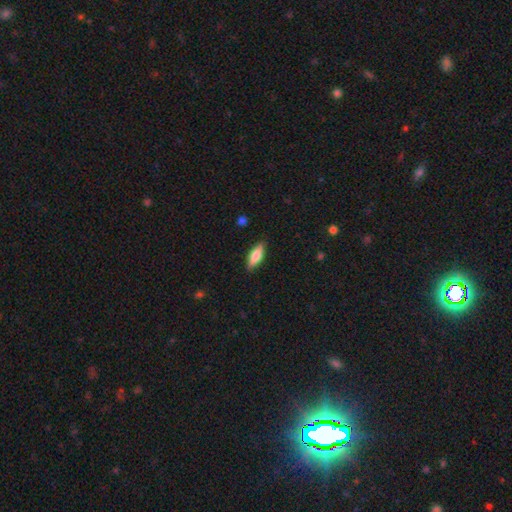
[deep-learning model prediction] A smooth galaxy with no disk features (68%) that is in between round and cigar-shaped (61%).

Vote fractions:
- Smooth or featured? smooth: 68% / featured or disk: 25% / star or artifact: 6%
- How rounded? in between: 61% / cigar-shaped: 37% / round: 2%
- Merging? none: 87% / minor disturbance: 10% / major disturbance: 2% / merger: 1%